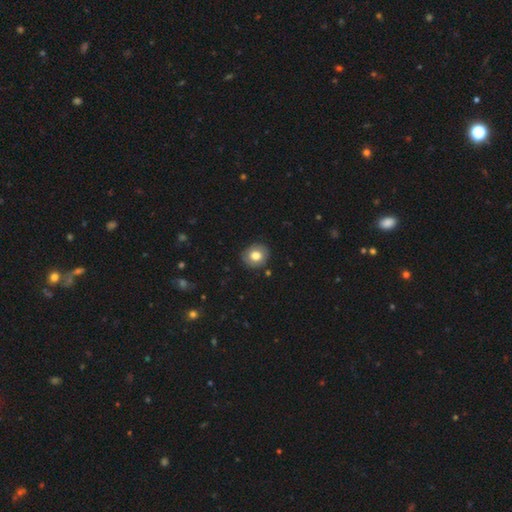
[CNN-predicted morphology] The model was most divided on "how rounded": round: 79%, in between: 20%, cigar-shaped: 1%. More confident: merging — none (88%); smooth or featured — smooth (77%).